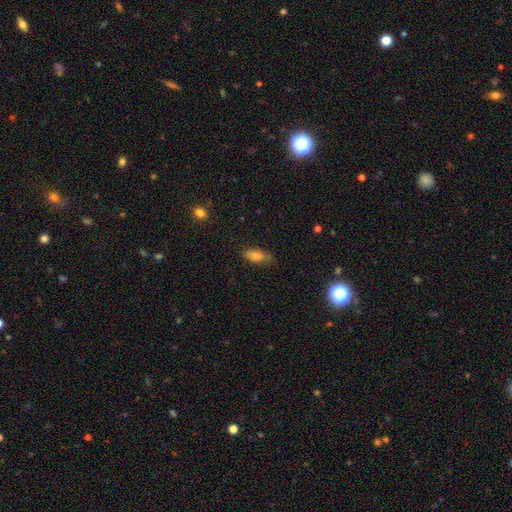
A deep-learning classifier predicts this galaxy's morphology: Q: Smooth or featured?
A: smooth (77%); runner-up: featured or disk (13%)
Q: How rounded?
A: in between (74%); runner-up: cigar-shaped (23%)
Q: Merging?
A: none (74%); runner-up: minor disturbance (21%)